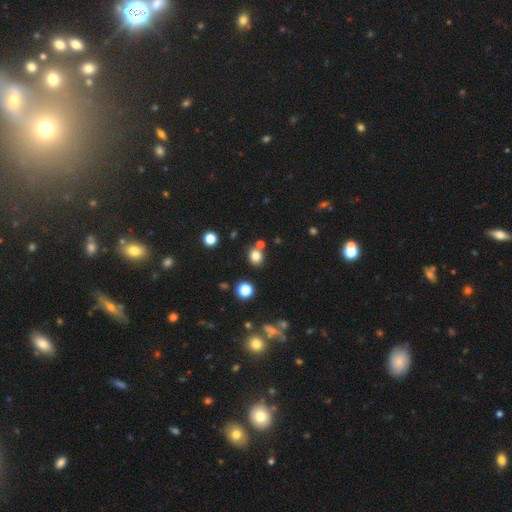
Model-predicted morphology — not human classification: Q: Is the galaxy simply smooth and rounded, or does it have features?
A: smooth — 80%.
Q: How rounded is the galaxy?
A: round — 67%.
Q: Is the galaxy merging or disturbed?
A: none — 74%.